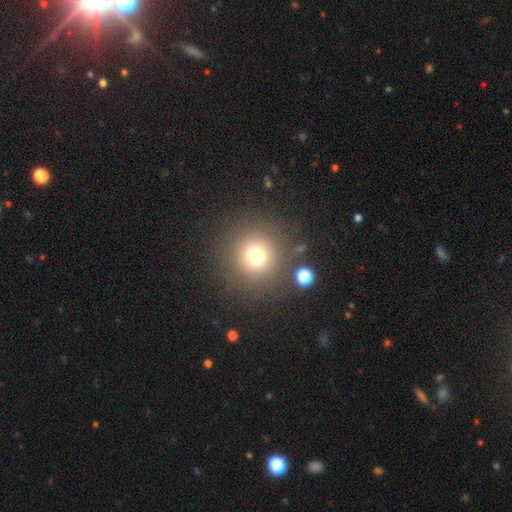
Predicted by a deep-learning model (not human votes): smooth-or-featured: smooth: 73% | star or artifact: 18% | featured or disk: 9%
  how-rounded: round: 95% | in between: 4% | cigar-shaped: 1%
  merging: none: 86% | minor disturbance: 6% | major disturbance: 4% | merger: 4%